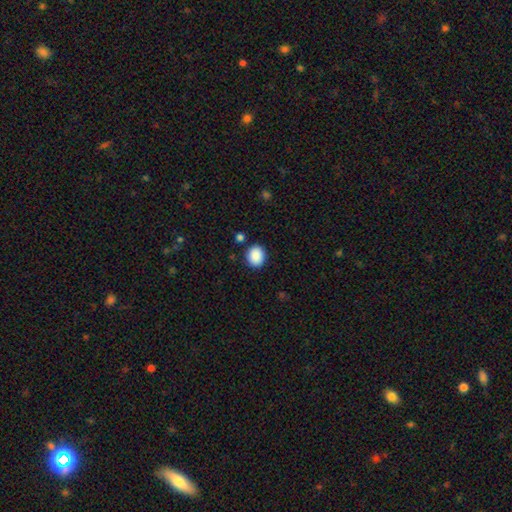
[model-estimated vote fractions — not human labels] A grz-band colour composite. It shows a smooth galaxy with no disk features (89%) that is round (69%). Merging: none (88%).